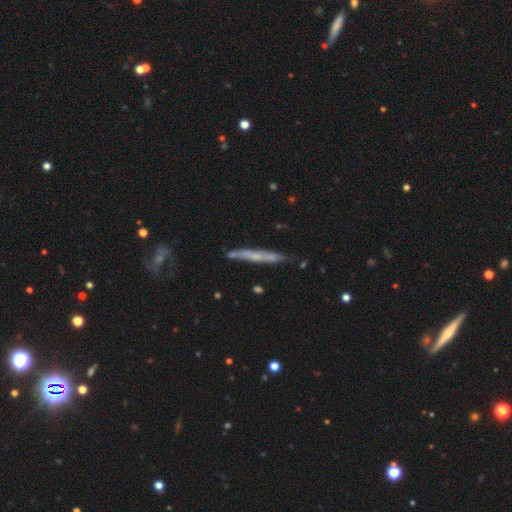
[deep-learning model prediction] smooth_or_featured: featured or disk (p=0.53) [alt: smooth p=0.39]
disk_edge_on: yes (p=0.89) [alt: no p=0.11]
merging: none (p=0.78) [alt: minor disturbance p=0.16]